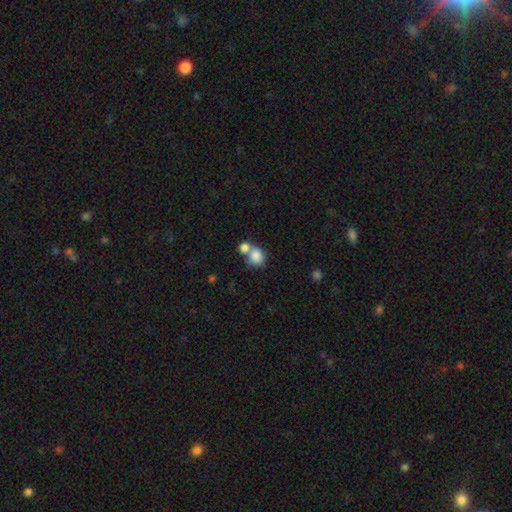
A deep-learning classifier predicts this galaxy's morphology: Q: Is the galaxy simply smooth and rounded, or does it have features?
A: smooth — 82%.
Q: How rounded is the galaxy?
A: round — 72%.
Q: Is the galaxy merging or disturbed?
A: merger — 55%.